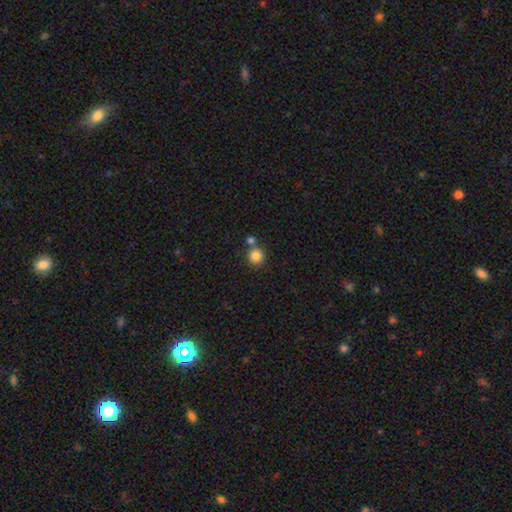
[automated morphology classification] A smooth galaxy with no disk features (84%) that is round (92%).

Vote fractions:
- Smooth or featured? smooth: 84% / star or artifact: 11% / featured or disk: 5%
- How rounded? round: 92% / in between: 7% / cigar-shaped: 1%
- Merging? none: 70% / merger: 20% / minor disturbance: 8% / major disturbance: 3%